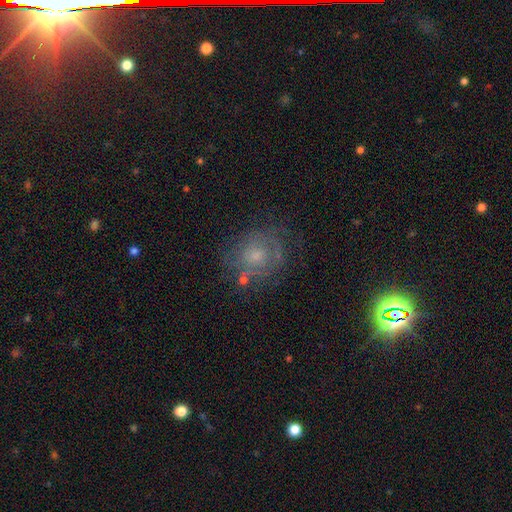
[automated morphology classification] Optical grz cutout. It shows a featured or disk galaxy (50%). Merging: none (67%).